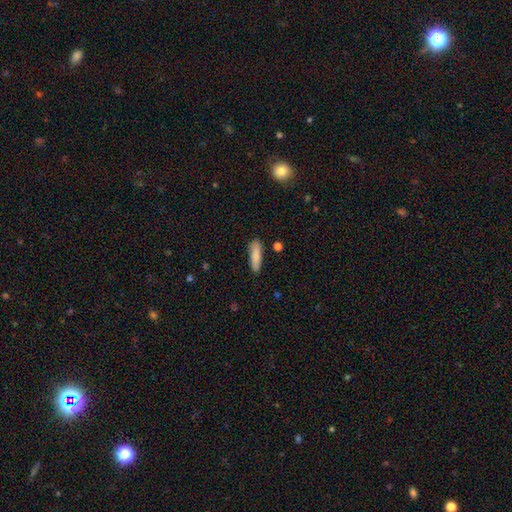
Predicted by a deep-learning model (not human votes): smooth-or-featured: smooth: 86% | featured or disk: 8% | star or artifact: 6%
  how-rounded: cigar-shaped: 66% | in between: 32% | round: 2%
  merging: none: 84% | minor disturbance: 11% | merger: 2% | major disturbance: 2%